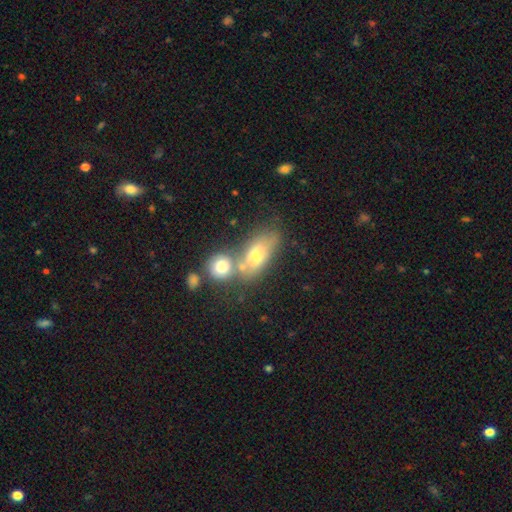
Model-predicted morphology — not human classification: A smooth galaxy with no disk features (62%) that is in between round and cigar-shaped (73%).

Vote fractions:
- Smooth or featured? smooth: 62% / featured or disk: 28% / star or artifact: 10%
- How rounded? in between: 73% / round: 14% / cigar-shaped: 12%
- Merging? merger: 43% / none: 37% / minor disturbance: 13% / major disturbance: 7%